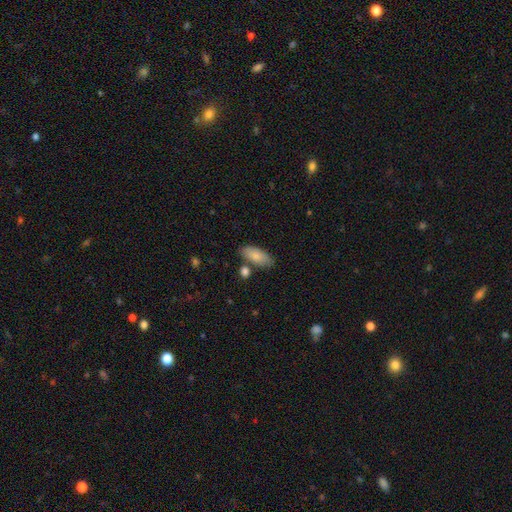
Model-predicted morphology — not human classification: This appears to be a smooth galaxy with no disk features (84%) that is in between round and cigar-shaped (86%). Merging: none (75%).